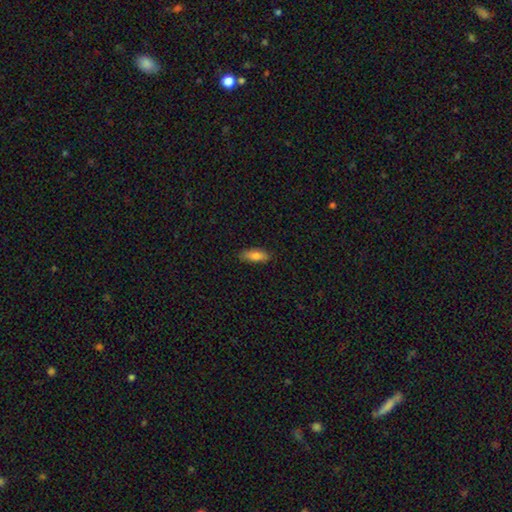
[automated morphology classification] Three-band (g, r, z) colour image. It shows a smooth galaxy with no disk features (80%) that is in between round and cigar-shaped (75%). Merging: none (82%).